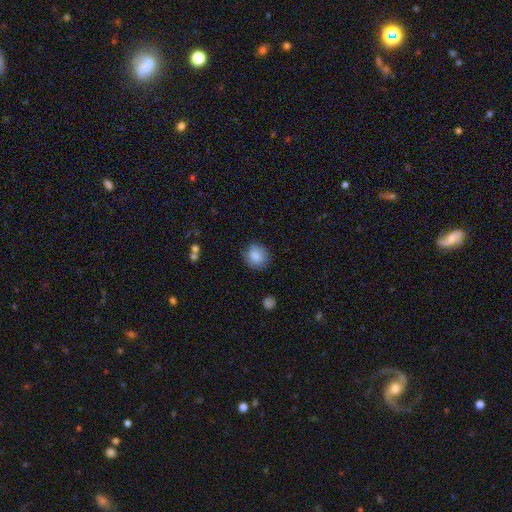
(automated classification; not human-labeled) The model was most divided on "how rounded": round: 74%, in between: 25%, cigar-shaped: 1%. More confident: smooth or featured — smooth (82%); merging — none (79%).